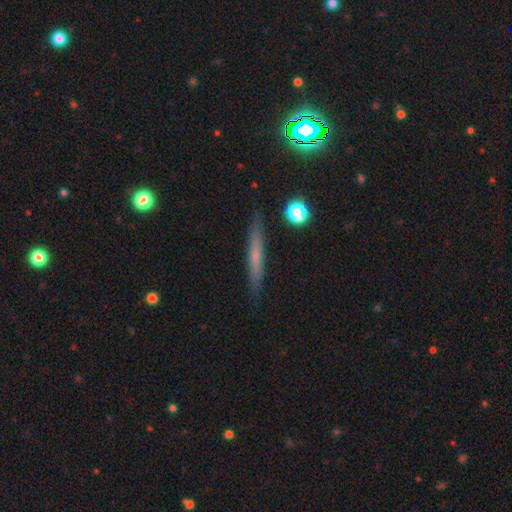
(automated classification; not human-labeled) The model was most divided on "smooth or featured": smooth: 53%, featured or disk: 38%, star or artifact: 9%. More confident: how rounded — cigar-shaped (95%); merging — none (89%).